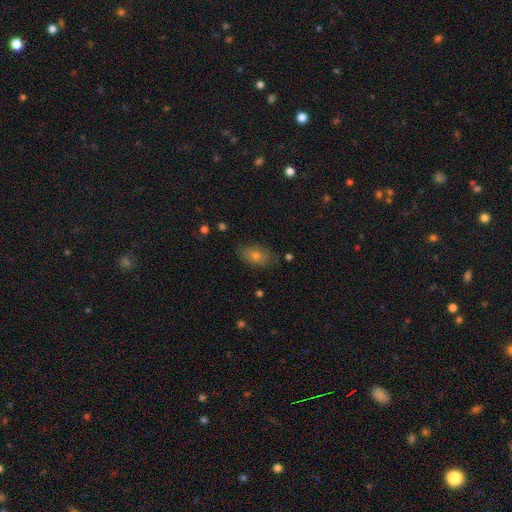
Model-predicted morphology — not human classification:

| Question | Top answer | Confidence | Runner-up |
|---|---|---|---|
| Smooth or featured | smooth | 64% | featured or disk (18%) |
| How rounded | in between | 83% | round (14%) |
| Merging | none | 80% | minor disturbance (15%) |